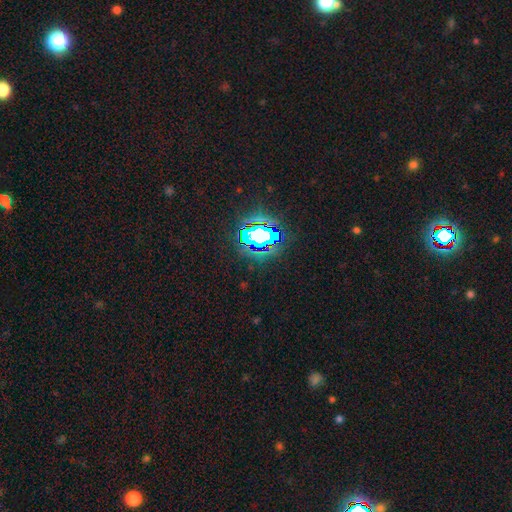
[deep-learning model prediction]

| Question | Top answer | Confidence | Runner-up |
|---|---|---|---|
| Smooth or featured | star or artifact | 82% | smooth (12%) |